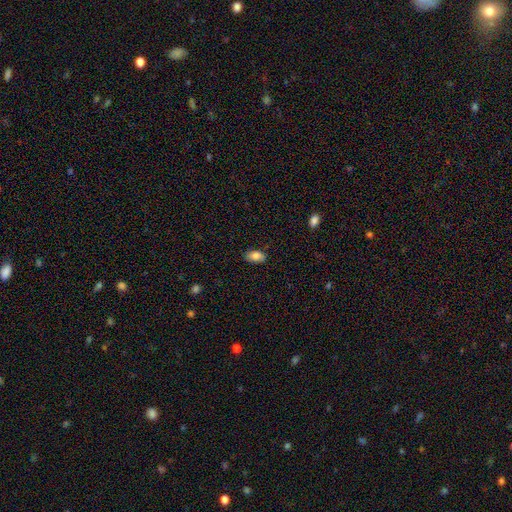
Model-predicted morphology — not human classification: smooth_or_featured: smooth (p=0.85) [alt: featured or disk p=0.07]
how_rounded: in between (p=0.93) [alt: round p=0.05]
merging: none (p=0.85) [alt: minor disturbance p=0.12]